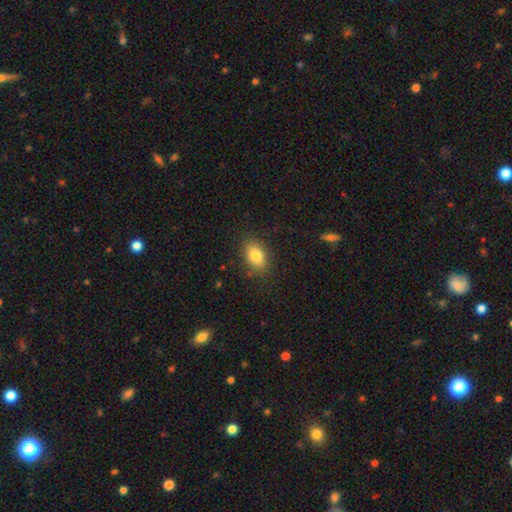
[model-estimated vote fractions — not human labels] A smooth galaxy with no disk features (82%) that is in between round and cigar-shaped (85%).

Vote fractions:
- Smooth or featured? smooth: 82% / featured or disk: 9% / star or artifact: 9%
- How rounded? in between: 85% / round: 13% / cigar-shaped: 2%
- Merging? none: 84% / minor disturbance: 11% / major disturbance: 3% / merger: 1%